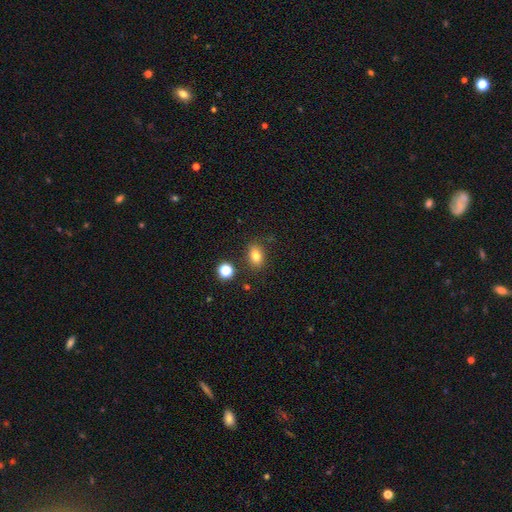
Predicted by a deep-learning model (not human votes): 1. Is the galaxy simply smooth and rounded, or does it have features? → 79% smooth, 13% star or artifact, 9% featured or disk.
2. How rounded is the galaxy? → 72% in between, 26% round, 2% cigar-shaped.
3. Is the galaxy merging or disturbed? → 82% none, 11% minor disturbance, 4% merger, 3% major disturbance.